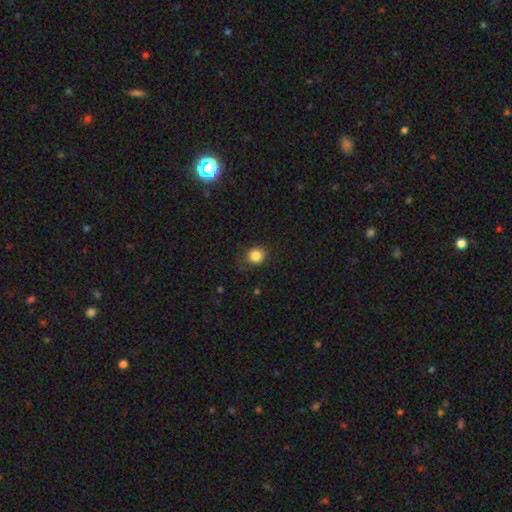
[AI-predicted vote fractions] This appears to be a smooth galaxy with no disk features (84%) that is round (85%). Merging: none (82%).